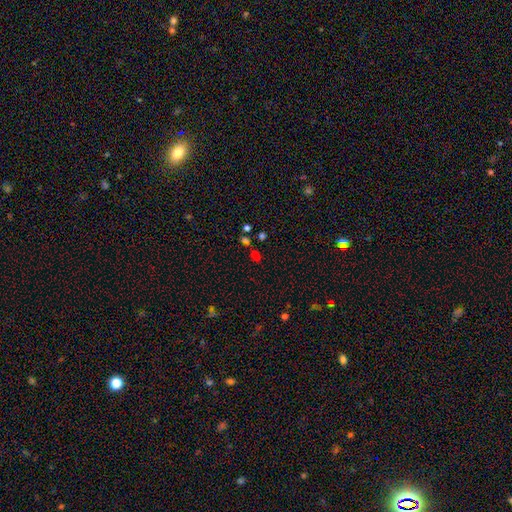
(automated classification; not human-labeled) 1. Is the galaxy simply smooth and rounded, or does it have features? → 53% smooth, 39% star or artifact, 8% featured or disk.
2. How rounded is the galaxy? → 61% in between, 35% round, 3% cigar-shaped.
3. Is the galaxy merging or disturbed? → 58% none, 21% merger, 14% minor disturbance, 7% major disturbance.